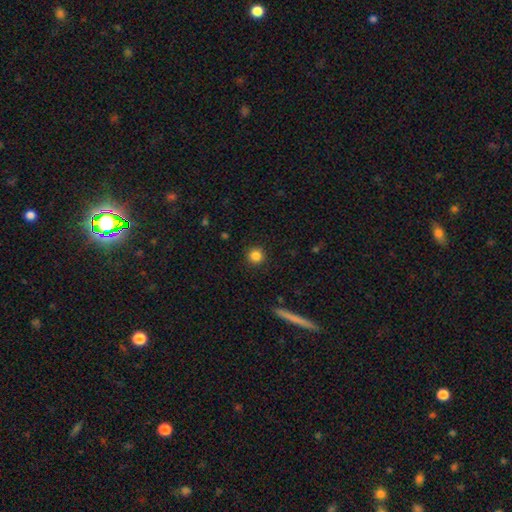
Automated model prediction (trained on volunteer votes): smooth-or-featured: smooth: 85% | star or artifact: 10% | featured or disk: 4%
  how-rounded: round: 95% | in between: 4% | cigar-shaped: 1%
  merging: none: 91% | minor disturbance: 6% | major disturbance: 2% | merger: 1%